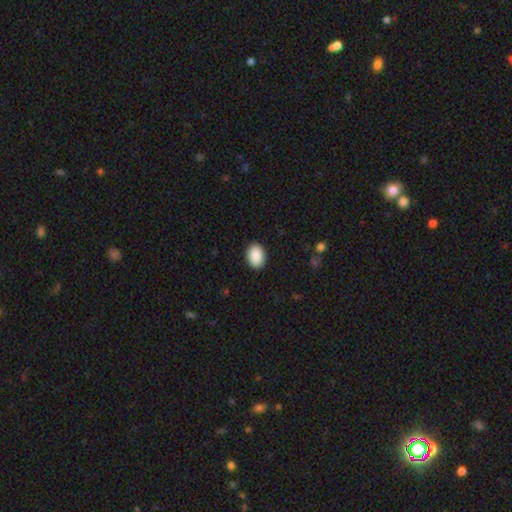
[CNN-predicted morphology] Smooth or featured: smooth — 90% (star or artifact — 6%)
How rounded: in between — 84% (round — 15%)
Merging: none — 90% (minor disturbance — 7%)